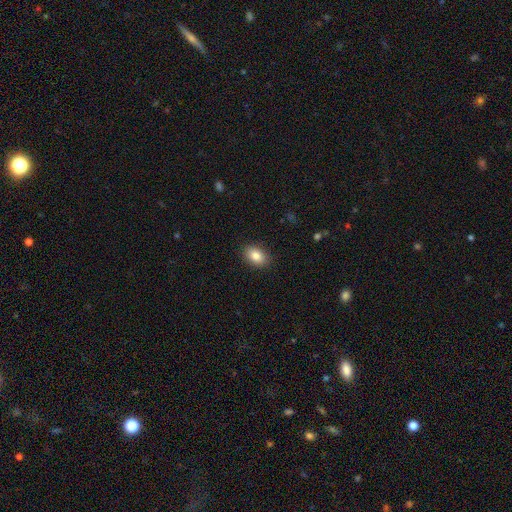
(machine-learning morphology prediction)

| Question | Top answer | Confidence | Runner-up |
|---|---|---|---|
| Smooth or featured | smooth | 86% | star or artifact (8%) |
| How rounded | in between | 85% | round (14%) |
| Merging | none | 89% | minor disturbance (8%) |